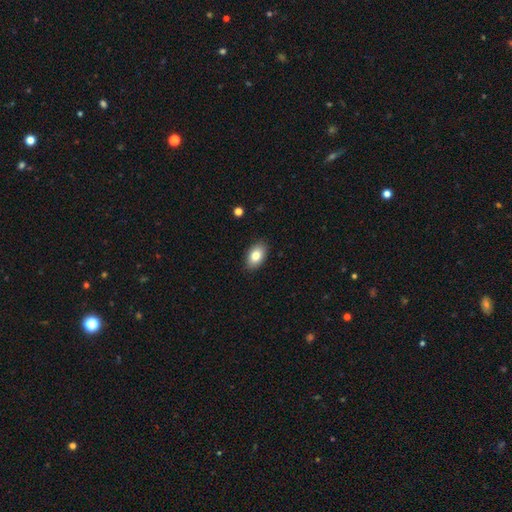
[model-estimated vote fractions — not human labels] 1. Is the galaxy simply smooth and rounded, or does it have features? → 82% smooth, 11% featured or disk, 7% star or artifact.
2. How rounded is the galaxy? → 91% in between, 8% round, 2% cigar-shaped.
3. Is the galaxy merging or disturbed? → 88% none, 9% minor disturbance, 2% major disturbance, 1% merger.